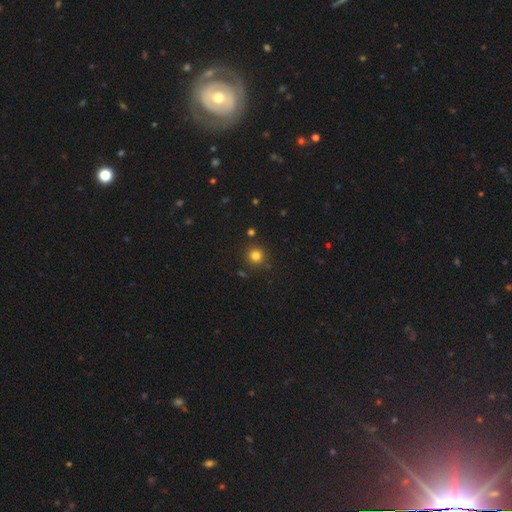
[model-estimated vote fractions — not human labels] Morphology: type=smooth (81%); roundness=round (94%); merging=none (87%).